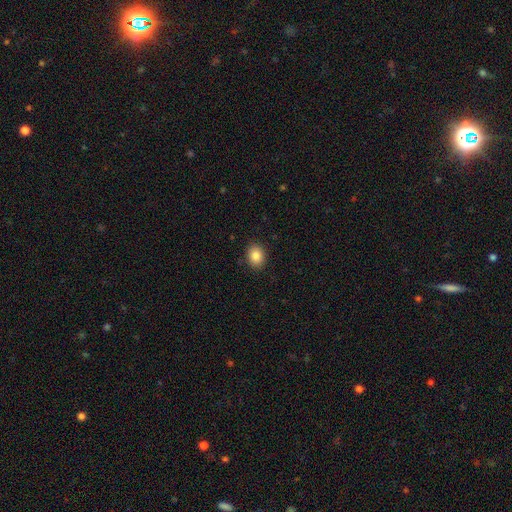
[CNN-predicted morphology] smooth_or_featured: smooth (p=0.86) [alt: star or artifact p=0.09]
how_rounded: in between (p=0.50) [alt: round p=0.49]
merging: none (p=0.90) [alt: minor disturbance p=0.07]